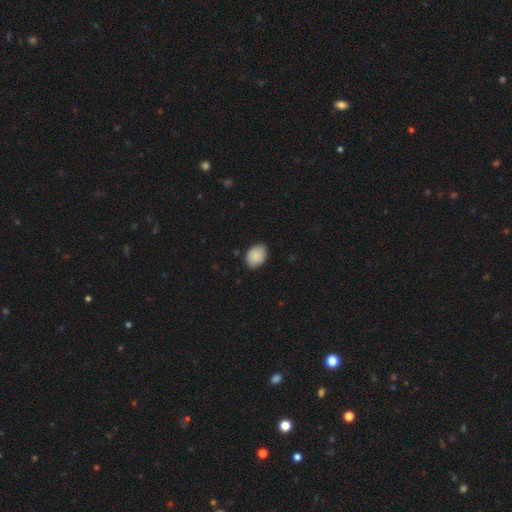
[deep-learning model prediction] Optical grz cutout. It shows a smooth galaxy with no disk features (87%) that is in between round and cigar-shaped (66%). Merging: none (81%).